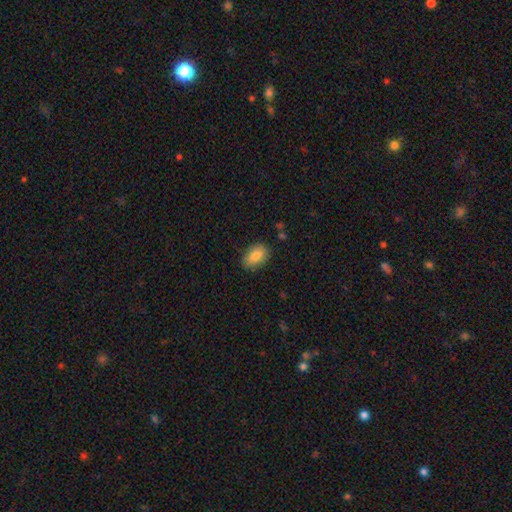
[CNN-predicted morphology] smooth_or_featured: smooth (p=0.84) [alt: featured or disk p=0.09]
how_rounded: in between (p=0.90) [alt: round p=0.08]
merging: none (p=0.81) [alt: minor disturbance p=0.14]